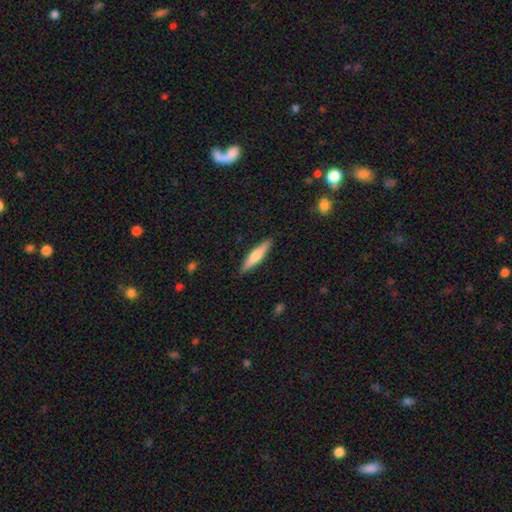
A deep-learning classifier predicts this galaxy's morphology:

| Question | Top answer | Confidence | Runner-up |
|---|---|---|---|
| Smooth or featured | smooth | 64% | featured or disk (31%) |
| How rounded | cigar-shaped | 83% | in between (16%) |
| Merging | none | 89% | minor disturbance (8%) |